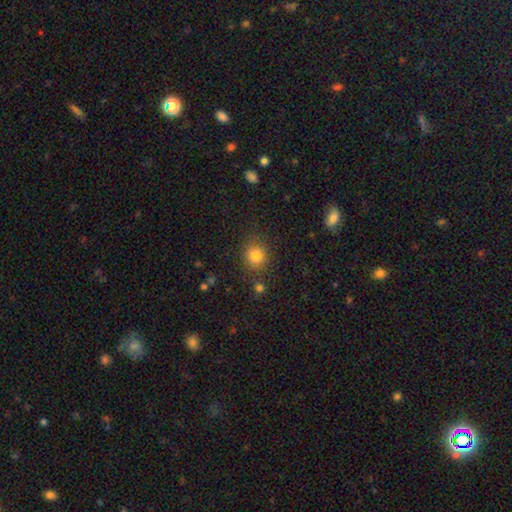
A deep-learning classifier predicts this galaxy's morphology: smooth_or_featured: smooth (p=0.83) [alt: star or artifact p=0.12]
how_rounded: round (p=0.83) [alt: in between p=0.16]
merging: none (p=0.80) [alt: minor disturbance p=0.11]